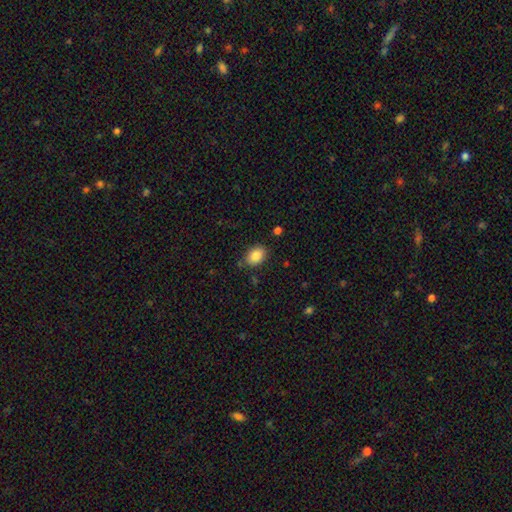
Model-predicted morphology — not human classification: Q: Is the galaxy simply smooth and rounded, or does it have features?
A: smooth — 86%.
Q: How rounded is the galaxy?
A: in between — 76%.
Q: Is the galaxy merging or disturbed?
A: none — 81%.